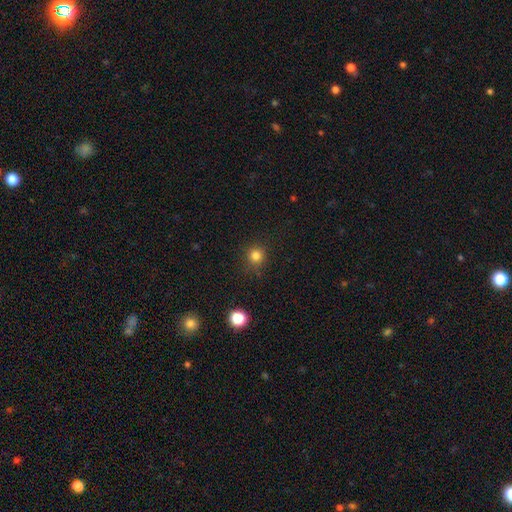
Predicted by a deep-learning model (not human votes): smooth 81%, star or artifact 14%, featured or disk 5%. Down the decision tree: how rounded — round (93%); merging — none (86%).